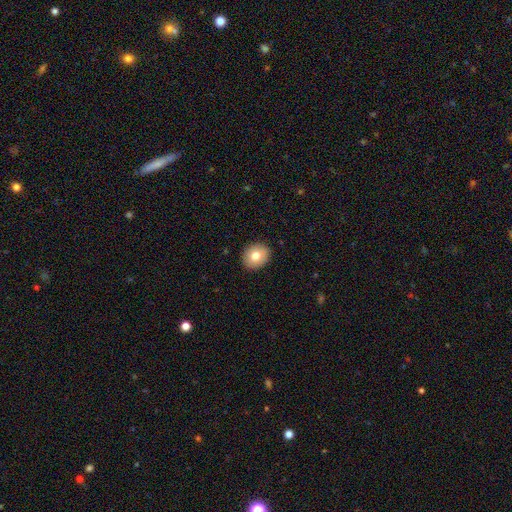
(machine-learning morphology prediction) This is likely a smooth galaxy (78%). How rounded: likely round (64%). Merging: clearly none (91%).